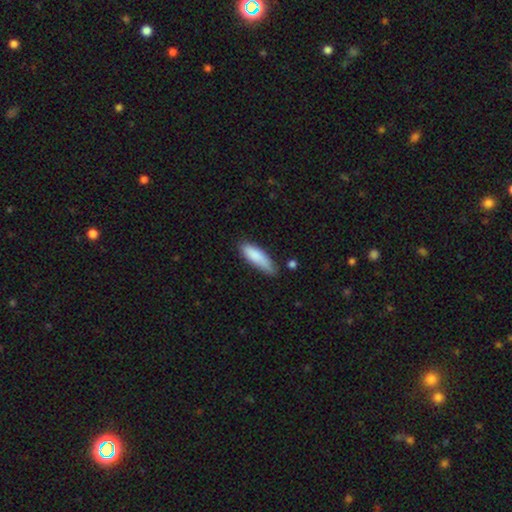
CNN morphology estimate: Smooth or featured: smooth — 85% (featured or disk — 9%)
How rounded: cigar-shaped — 56% (in between — 42%)
Merging: none — 62% (minor disturbance — 29%)